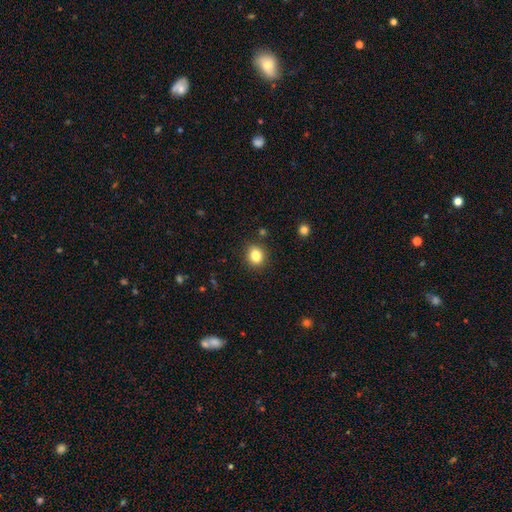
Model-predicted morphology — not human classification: smooth 84%, star or artifact 10%, featured or disk 6%. Down the decision tree: how rounded — round (56%); merging — none (87%).